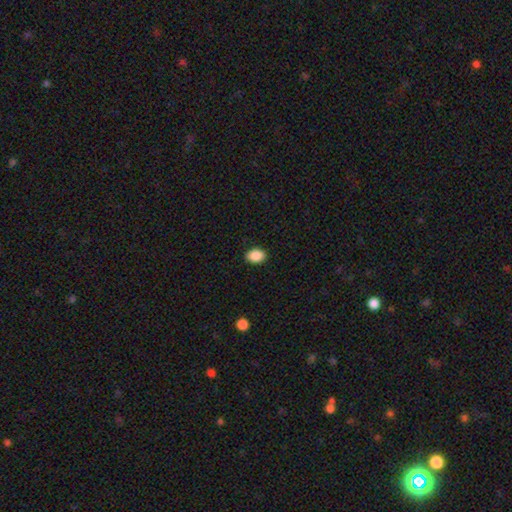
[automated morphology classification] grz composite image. It shows a smooth galaxy with no disk features (89%) that is in between round and cigar-shaped (76%). Merging: none (89%).